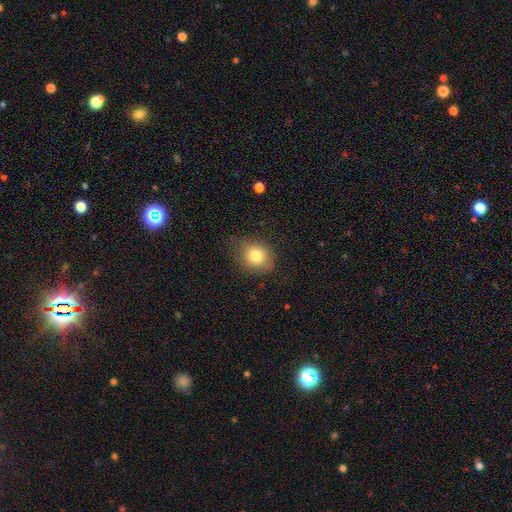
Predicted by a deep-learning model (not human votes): Smooth or featured: smooth — 80% (star or artifact — 10%)
How rounded: round — 65% (in between — 34%)
Merging: none — 71% (minor disturbance — 22%)